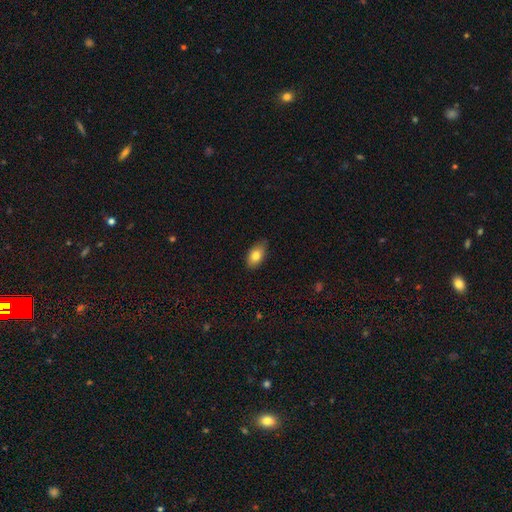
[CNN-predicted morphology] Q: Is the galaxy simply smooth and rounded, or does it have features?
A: smooth — 80%.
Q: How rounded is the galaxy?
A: in between — 91%.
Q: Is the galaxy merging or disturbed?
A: none — 81%.